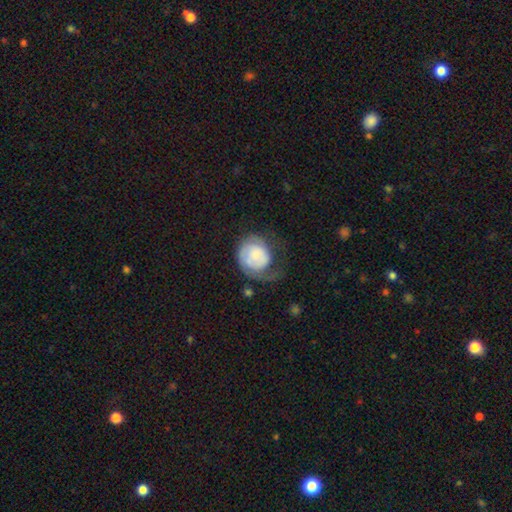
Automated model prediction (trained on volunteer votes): This appears to be a smooth galaxy with no disk features (48%). Merging: major disturbance (36%).